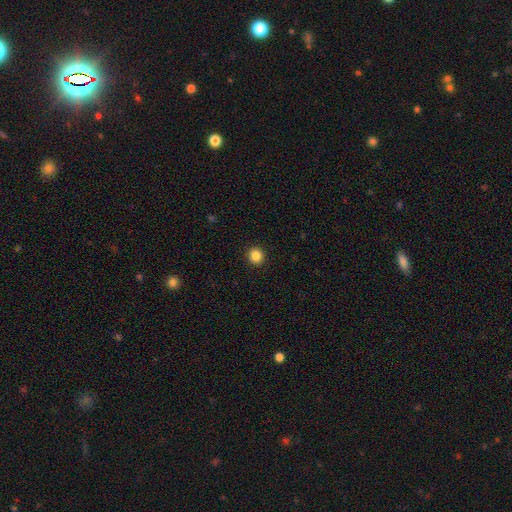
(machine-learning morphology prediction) Smooth or featured? smooth (86%)
How rounded? round (91%)
Merging? none (93%)